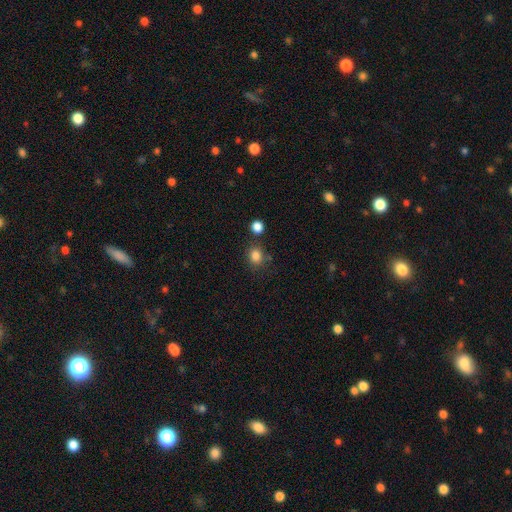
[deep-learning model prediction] A smooth galaxy with no disk features (83%) that is round (70%). Merging: none (75%).